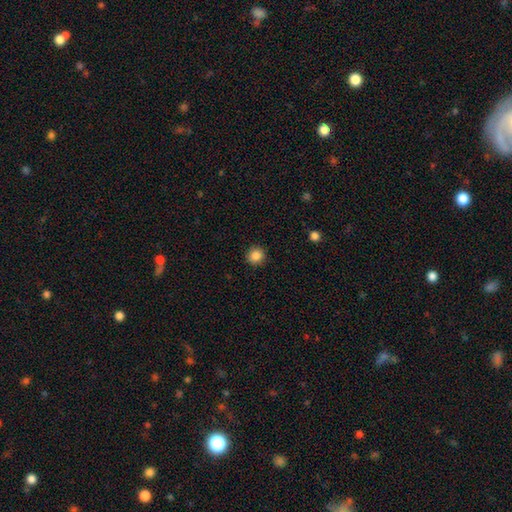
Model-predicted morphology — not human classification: A smooth galaxy with no disk features (87%) that is round (91%).

Vote fractions:
- Smooth or featured? smooth: 87% / star or artifact: 10% / featured or disk: 3%
- How rounded? round: 91% / in between: 8% / cigar-shaped: 1%
- Merging? none: 92% / minor disturbance: 6% / major disturbance: 2% / merger: 1%